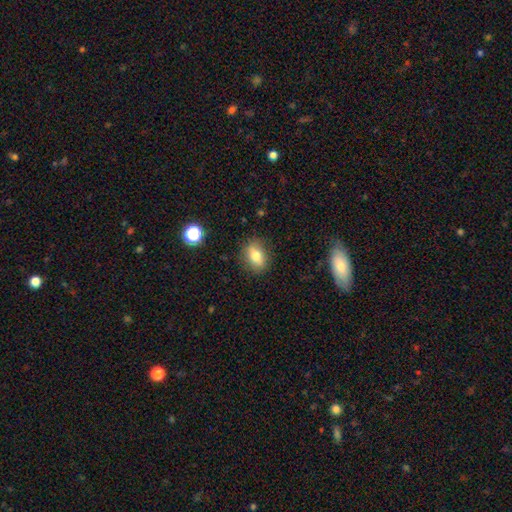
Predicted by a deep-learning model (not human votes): Morphology: type=smooth (75%); roundness=in between (74%); merging=none (84%).